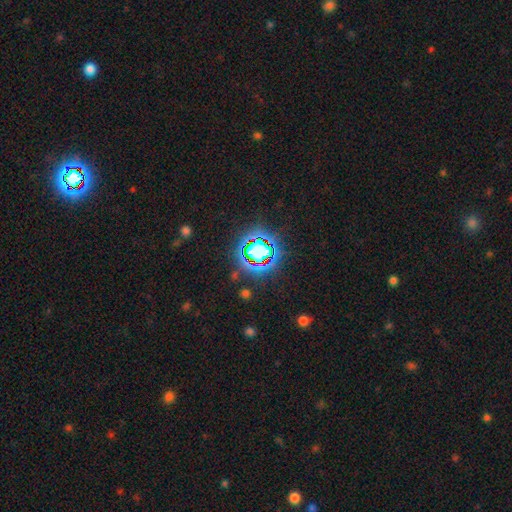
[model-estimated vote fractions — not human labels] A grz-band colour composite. It shows a star or artifact, not a galaxy (79%).